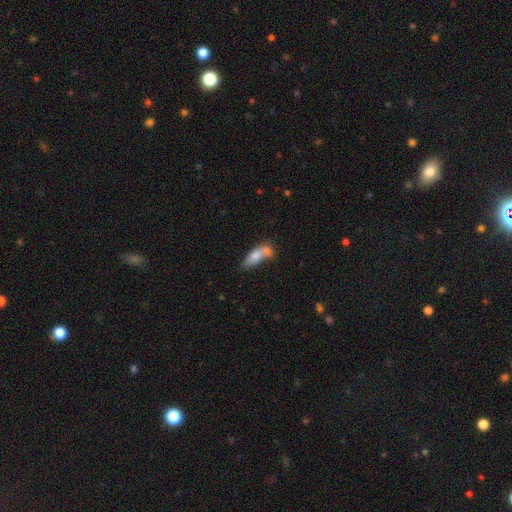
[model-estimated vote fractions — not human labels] smooth 74%, featured or disk 19%, star or artifact 8%. Down the decision tree: how rounded — in between (67%); merging — merger (46%).